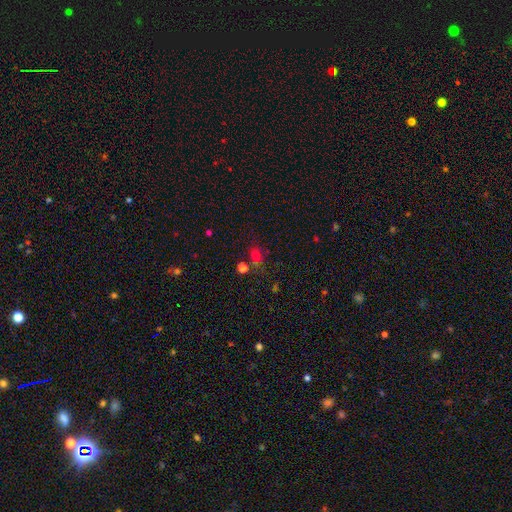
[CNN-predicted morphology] A smooth galaxy with no disk features (56%) that is round (55%).

Vote fractions:
- Smooth or featured? smooth: 56% / star or artifact: 34% / featured or disk: 10%
- How rounded? round: 55% / in between: 42% / cigar-shaped: 2%
- Merging? none: 62% / merger: 16% / minor disturbance: 14% / major disturbance: 7%